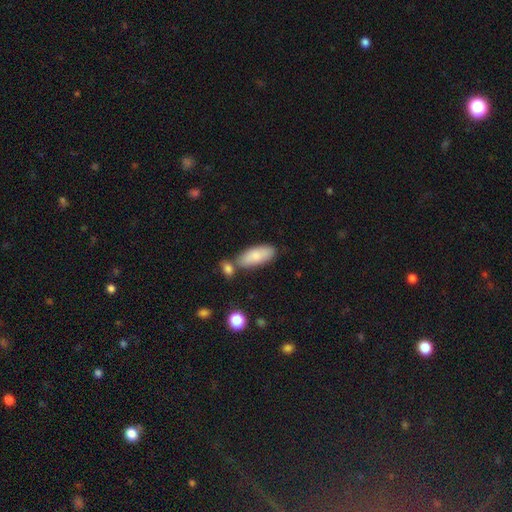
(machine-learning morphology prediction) Smooth or featured? Predicted: smooth (p=0.81). How rounded? Predicted: in between (p=0.83). Merging? Predicted: none (p=0.62).